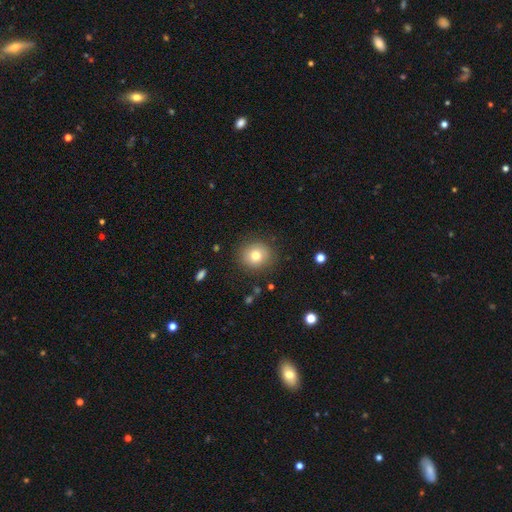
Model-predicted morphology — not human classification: This is likely a smooth galaxy (75%). How rounded: clearly round (87%). Merging: clearly none (86%).